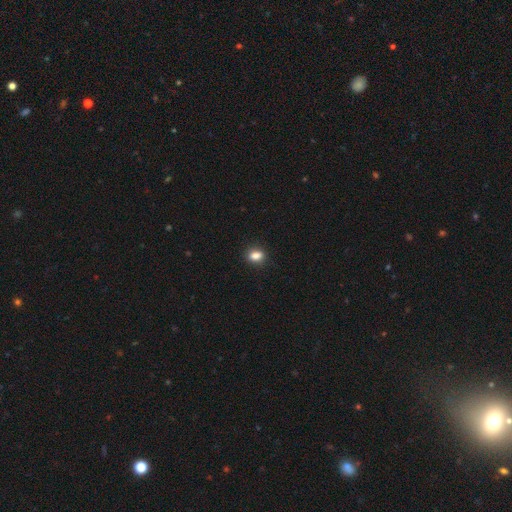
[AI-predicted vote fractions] This is clearly a smooth galaxy (85%). How rounded: likely in between (67%). Merging: clearly none (88%).